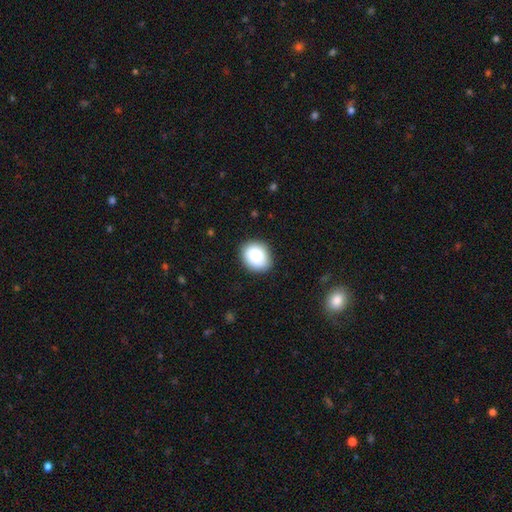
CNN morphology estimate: A smooth galaxy with no disk features (88%) that is round (55%). Merging: none (85%).